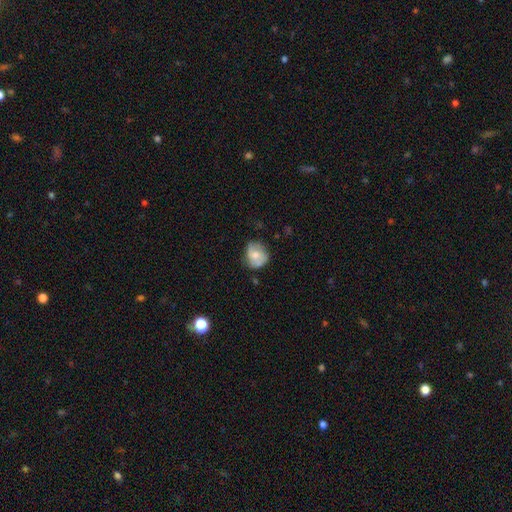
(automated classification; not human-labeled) smooth-or-featured: smooth: 56% | featured or disk: 37% | star or artifact: 8%
  how-rounded: round: 68% | in between: 31% | cigar-shaped: 1%
  merging: none: 57% | minor disturbance: 30% | major disturbance: 10% | merger: 3%